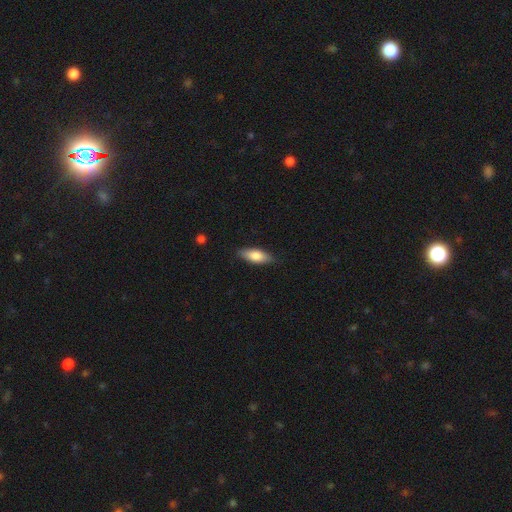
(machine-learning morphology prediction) Smooth or featured? smooth (77%)
How rounded? in between (72%)
Merging? none (85%)